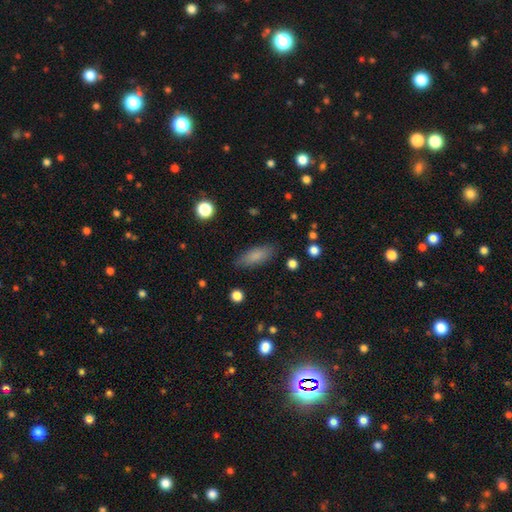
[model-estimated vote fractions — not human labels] Q: Smooth or featured?
A: smooth (82%); runner-up: featured or disk (10%)
Q: How rounded?
A: in between (69%); runner-up: cigar-shaped (29%)
Q: Merging?
A: none (84%); runner-up: minor disturbance (11%)